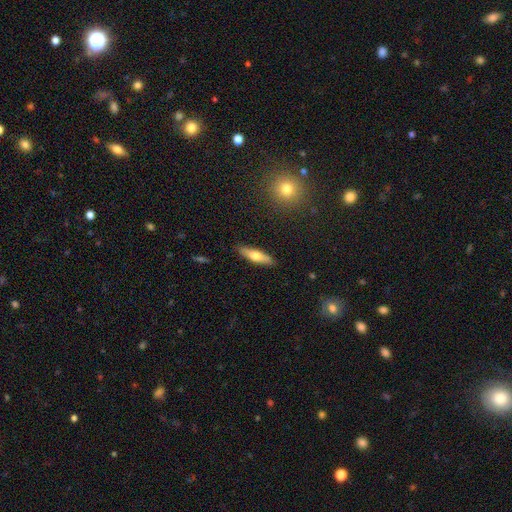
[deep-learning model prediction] The model was most divided on "smooth or featured": smooth: 60%, featured or disk: 34%, star or artifact: 6%. More confident: merging — none (88%); how rounded — cigar-shaped (70%).